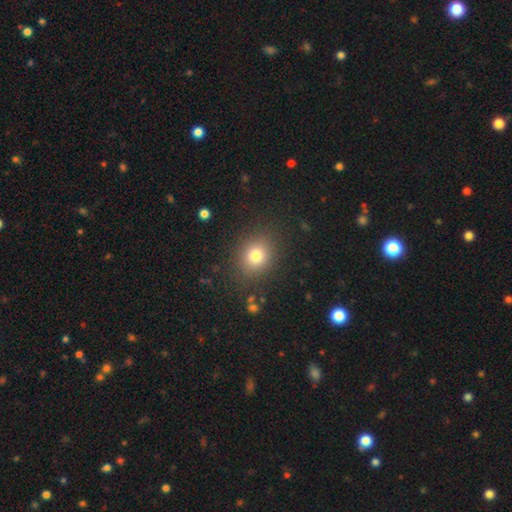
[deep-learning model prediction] smooth_or_featured: smooth (p=0.78) [alt: star or artifact p=0.13]
how_rounded: round (p=0.68) [alt: in between p=0.31]
merging: none (p=0.86) [alt: minor disturbance p=0.08]